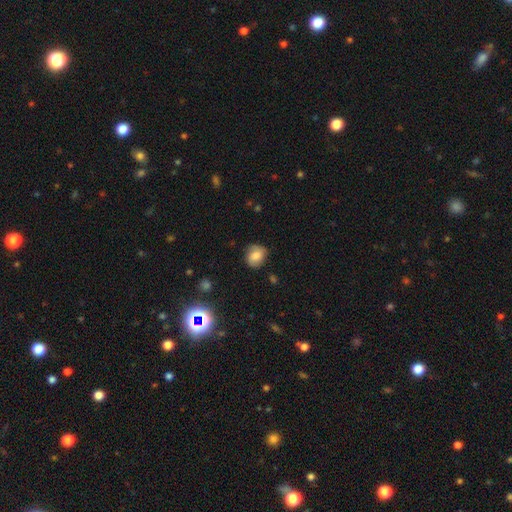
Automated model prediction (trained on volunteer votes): smooth-or-featured: smooth: 71% | featured or disk: 18% | star or artifact: 11%
  how-rounded: round: 67% | in between: 32% | cigar-shaped: 1%
  merging: none: 74% | minor disturbance: 20% | major disturbance: 5% | merger: 1%